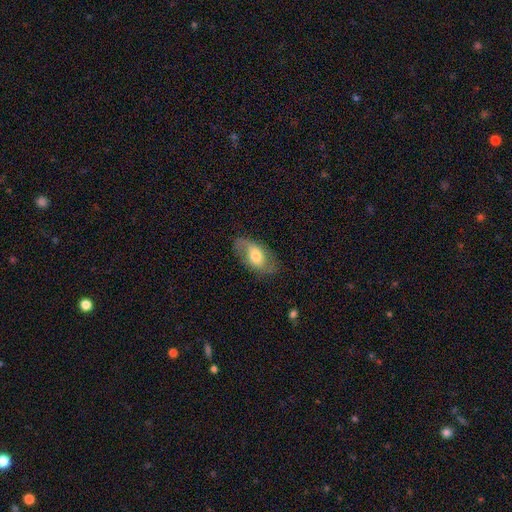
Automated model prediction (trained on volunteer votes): Smooth or featured: smooth — 57% (featured or disk — 36%)
How rounded: in between — 91% (round — 6%)
Merging: none — 71% (minor disturbance — 19%)